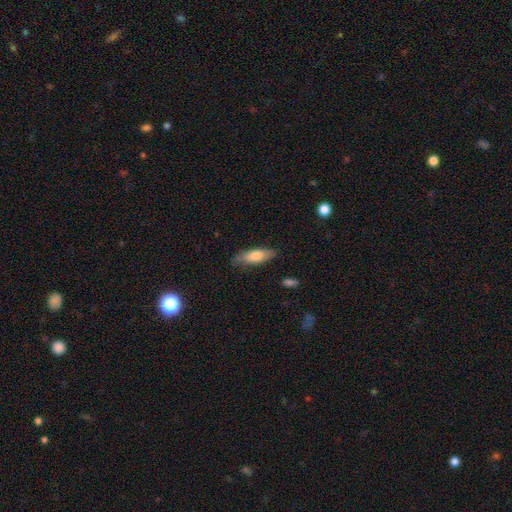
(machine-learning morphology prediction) smooth 73%, featured or disk 21%, star or artifact 6%. Down the decision tree: how rounded — in between (56%); merging — none (78%).